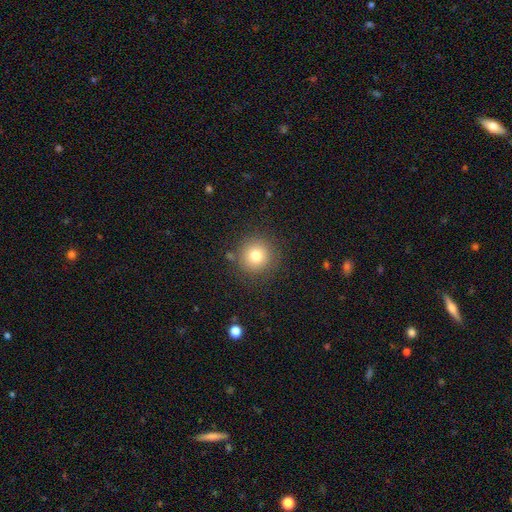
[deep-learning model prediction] smooth-or-featured: smooth: 77% | star or artifact: 13% | featured or disk: 11%
  how-rounded: round: 95% | in between: 4% | cigar-shaped: 1%
  merging: none: 87% | minor disturbance: 8% | major disturbance: 3% | merger: 2%